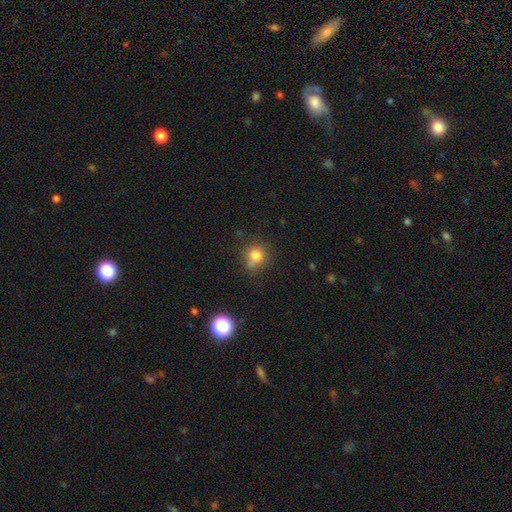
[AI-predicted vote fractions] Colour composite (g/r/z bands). It shows a smooth galaxy with no disk features (78%) that is round (82%). Merging: none (62%).